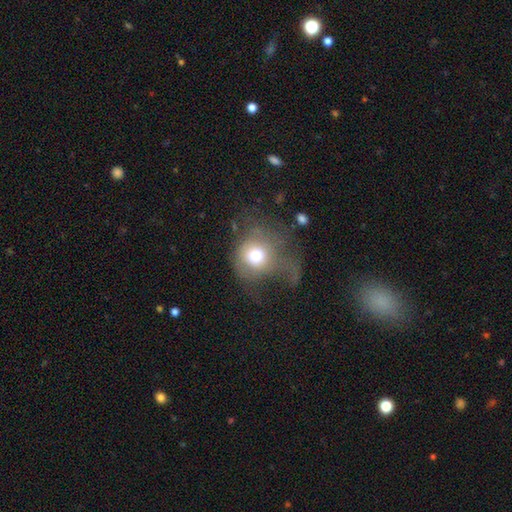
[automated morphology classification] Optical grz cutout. It shows a smooth galaxy with no disk features (65%) that is round (81%). Merging: major disturbance (54%).